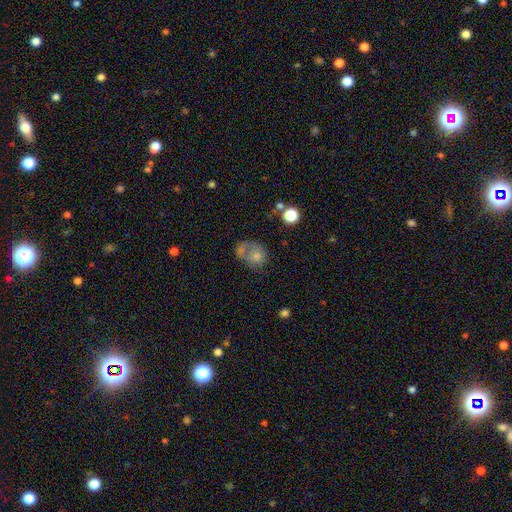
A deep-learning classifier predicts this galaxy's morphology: This appears to be a smooth galaxy with no disk features (58%) that is round (54%). Merging: major disturbance (29%, tied with none).